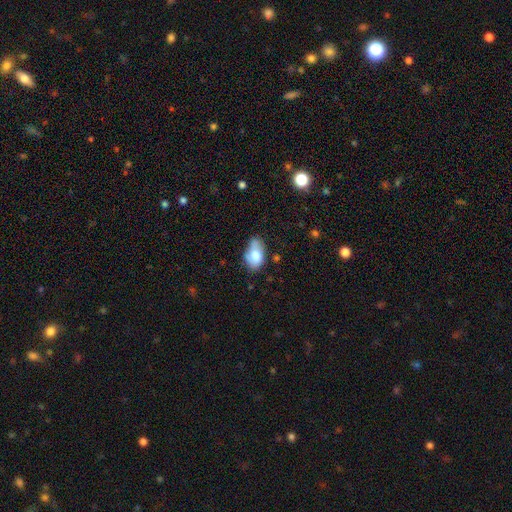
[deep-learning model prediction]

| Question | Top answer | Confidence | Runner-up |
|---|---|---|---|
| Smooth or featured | smooth | 72% | featured or disk (20%) |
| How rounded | in between | 91% | round (8%) |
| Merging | none | 47% | minor disturbance (36%) |